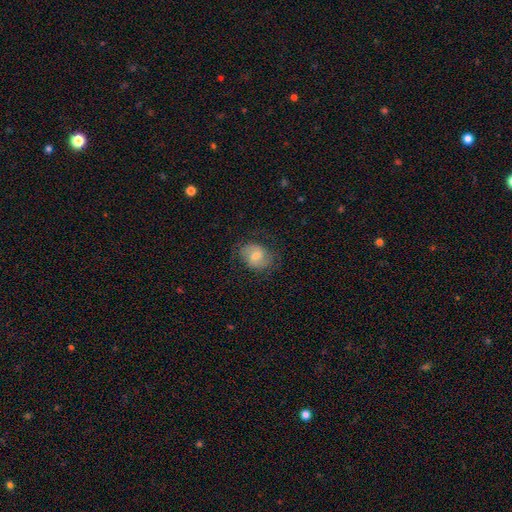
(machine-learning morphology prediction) smooth 59%, featured or disk 33%, star or artifact 8%. Down the decision tree: how rounded — in between (53%); merging — none (72%).